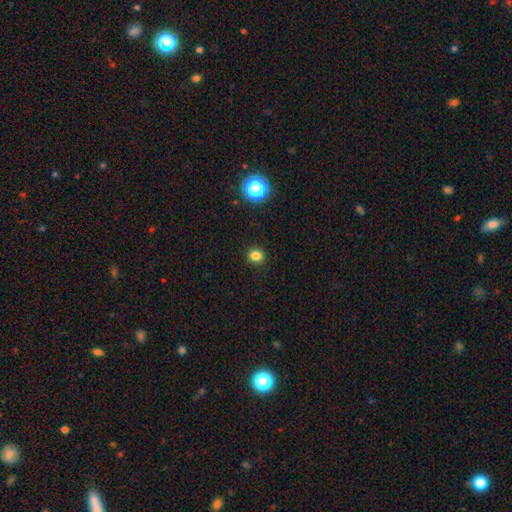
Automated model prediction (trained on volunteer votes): Q: Smooth or featured?
A: smooth (81%); runner-up: star or artifact (14%)
Q: How rounded?
A: round (75%); runner-up: in between (24%)
Q: Merging?
A: none (91%); runner-up: minor disturbance (6%)